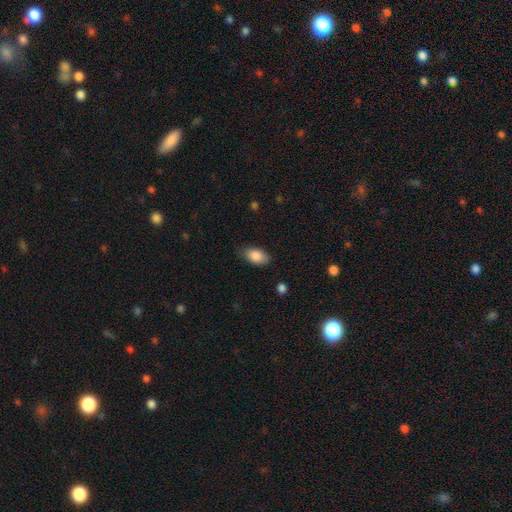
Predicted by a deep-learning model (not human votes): Morphology: type=smooth (86%); roundness=in between (92%); merging=none (78%).